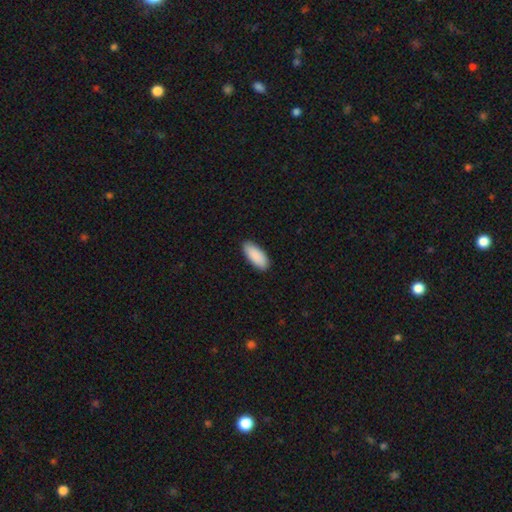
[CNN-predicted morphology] Smooth or featured? smooth (91%)
How rounded? in between (84%)
Merging? none (87%)